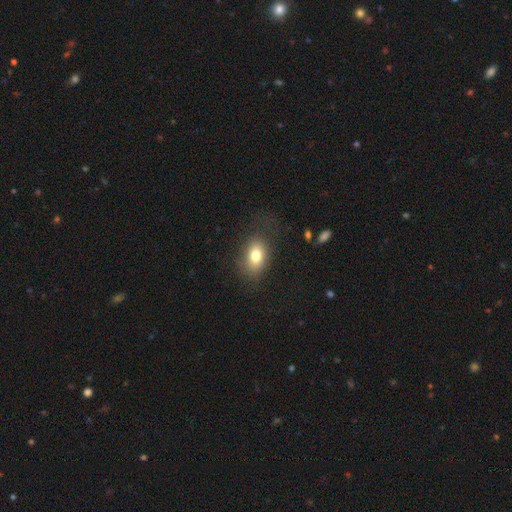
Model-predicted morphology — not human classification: This is likely a smooth galaxy (77%). How rounded: likely in between (78%). Merging: likely none (70%).